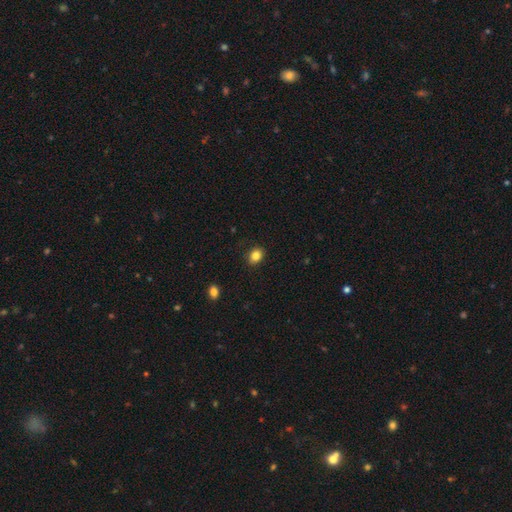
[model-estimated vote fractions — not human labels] Q: Smooth or featured?
A: smooth (85%); runner-up: star or artifact (10%)
Q: How rounded?
A: in between (54%); runner-up: round (45%)
Q: Merging?
A: none (86%); runner-up: minor disturbance (11%)